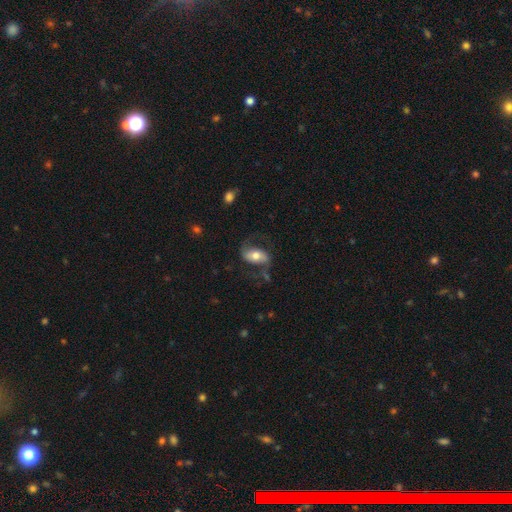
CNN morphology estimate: This is likely a featured or disk galaxy (62%). It is clearly not viewed edge-on (94%). Bar: marginally strong (34%, tied with no). Spiral arm pattern: clearly yes (87%). Spiral arm count: clearly 2 (89%). Spiral winding: possibly loose (56%). Central bulge: likely moderate (65%). Merging: likely none (60%).